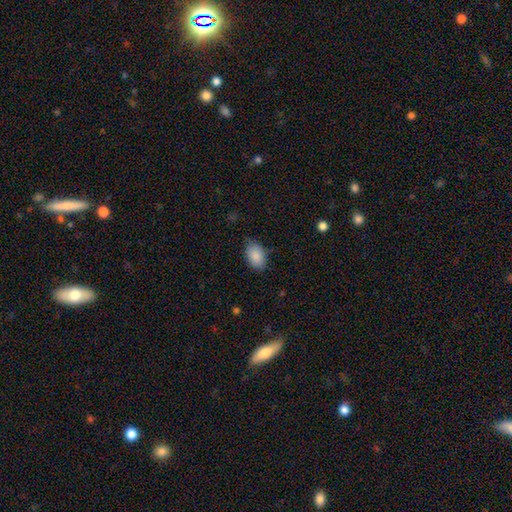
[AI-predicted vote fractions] Smooth or featured?
  - smooth: 88% *
  - star or artifact: 7%
  - featured or disk: 5%
How rounded?
  - in between: 90% *
  - round: 9%
  - cigar-shaped: 1%
Merging?
  - none: 76% *
  - minor disturbance: 19%
  - major disturbance: 4%
  - merger: 1%